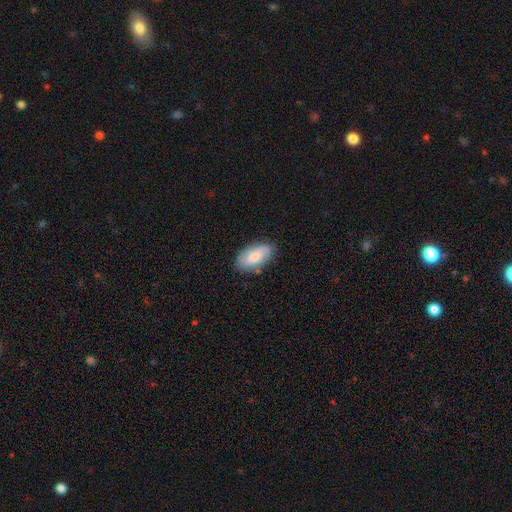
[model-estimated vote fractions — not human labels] This appears to be a smooth galaxy with no disk features (57%) that is in between round and cigar-shaped (93%). Merging: none (77%).